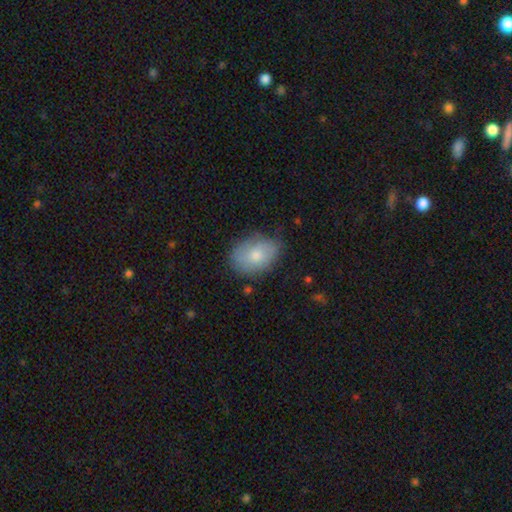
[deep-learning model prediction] Smooth or featured?
  - smooth: 73% *
  - featured or disk: 20%
  - star or artifact: 7%
How rounded?
  - in between: 80% *
  - round: 18%
  - cigar-shaped: 1%
Merging?
  - none: 68% *
  - minor disturbance: 25%
  - major disturbance: 5%
  - merger: 2%